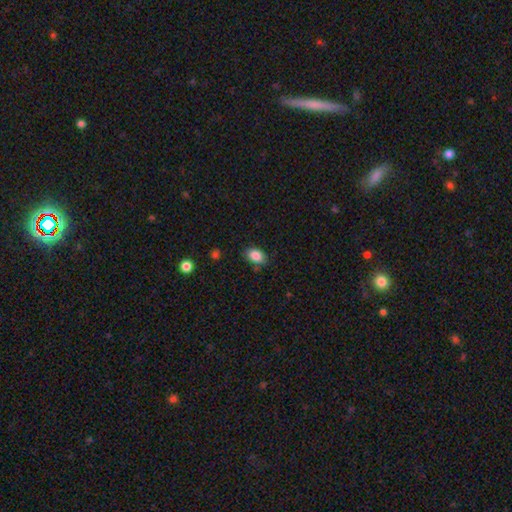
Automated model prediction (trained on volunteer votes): A smooth galaxy with no disk features (86%) that is in between round and cigar-shaped (81%). Merging: none (80%).